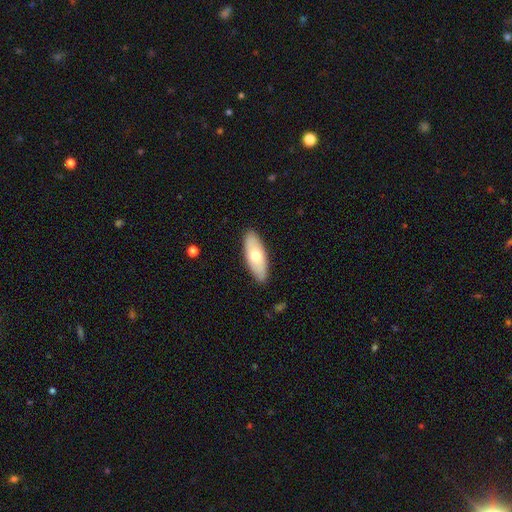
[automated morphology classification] Smooth or featured?
  - smooth: 63% *
  - featured or disk: 31%
  - star or artifact: 5%
How rounded?
  - in between: 74% *
  - cigar-shaped: 24%
  - round: 2%
Merging?
  - none: 88% *
  - minor disturbance: 9%
  - major disturbance: 2%
  - merger: 1%